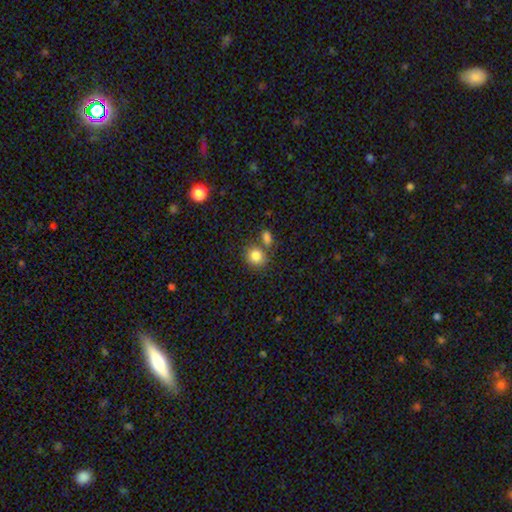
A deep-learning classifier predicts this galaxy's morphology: This appears to be a smooth galaxy with no disk features (84%) that is round (75%). Merging: none (64%).